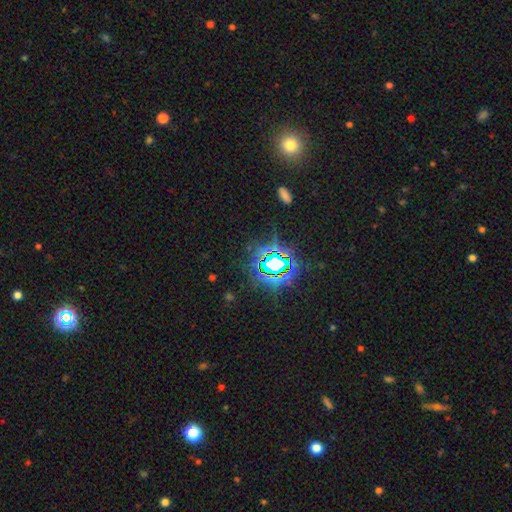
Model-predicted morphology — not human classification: Smooth or featured?
  - star or artifact: 79% *
  - smooth: 14%
  - featured or disk: 7%